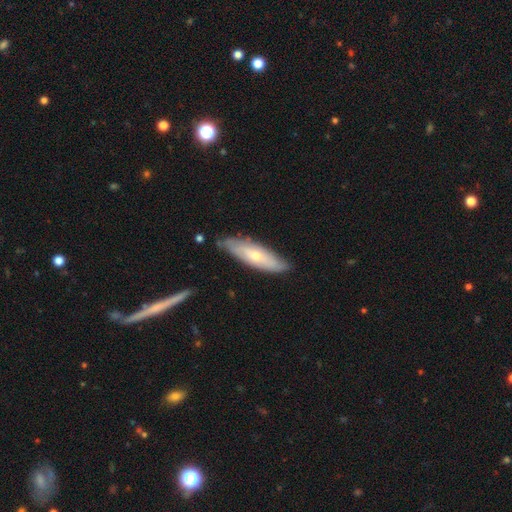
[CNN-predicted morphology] A smooth galaxy with no disk features (48%). Merging: none (75%).